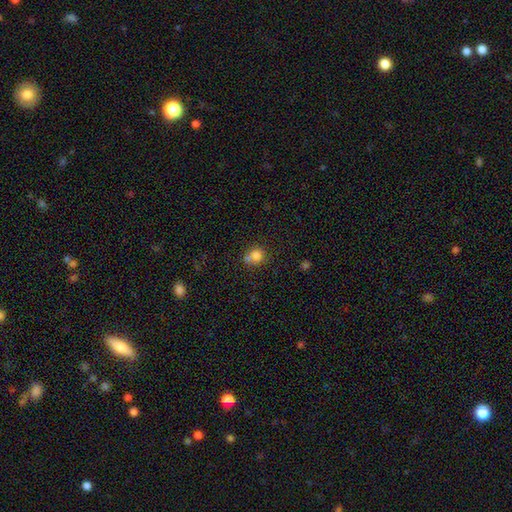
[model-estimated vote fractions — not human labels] Smooth or featured? smooth (78%)
How rounded? round (83%)
Merging? none (48%)